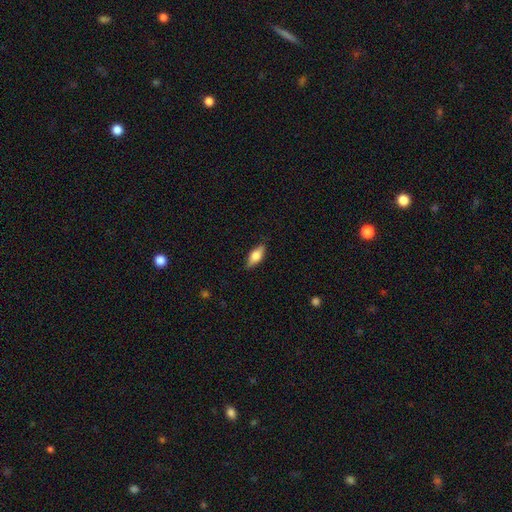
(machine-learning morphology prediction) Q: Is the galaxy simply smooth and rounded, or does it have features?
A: smooth — 67%.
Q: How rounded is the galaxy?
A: in between — 77%.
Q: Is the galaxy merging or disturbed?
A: none — 85%.